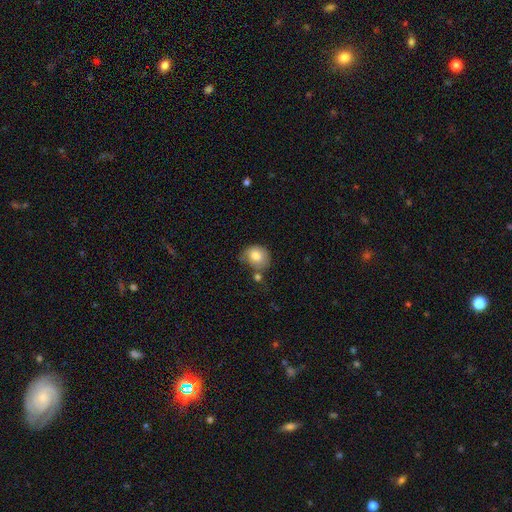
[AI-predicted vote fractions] Q: Smooth or featured?
A: smooth (79%); runner-up: featured or disk (13%)
Q: How rounded?
A: round (69%); runner-up: in between (30%)
Q: Merging?
A: none (46%); runner-up: minor disturbance (28%)